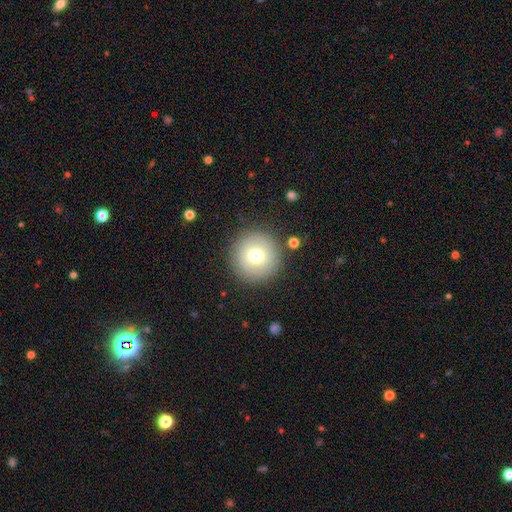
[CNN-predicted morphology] type=smooth (72%); roundness=round (95%); merging=none (87%).